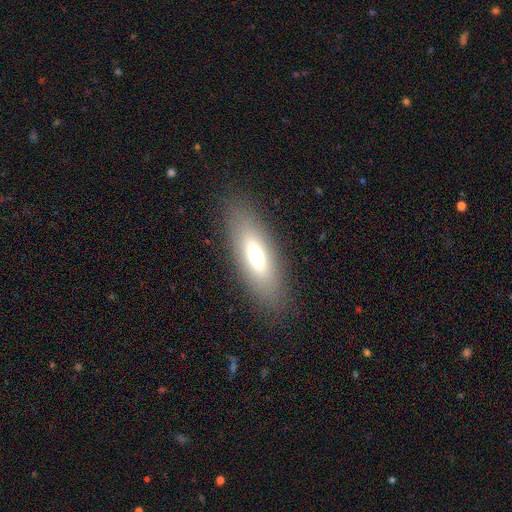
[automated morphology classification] A smooth galaxy with no disk features (67%) that is in between round and cigar-shaped (63%). Merging: none (87%).